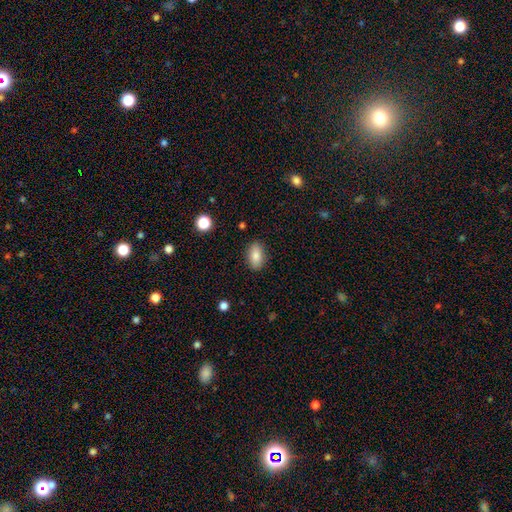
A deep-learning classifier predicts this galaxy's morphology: Q: Smooth or featured?
A: smooth (83%); runner-up: featured or disk (9%)
Q: How rounded?
A: in between (89%); runner-up: round (7%)
Q: Merging?
A: none (87%); runner-up: minor disturbance (9%)